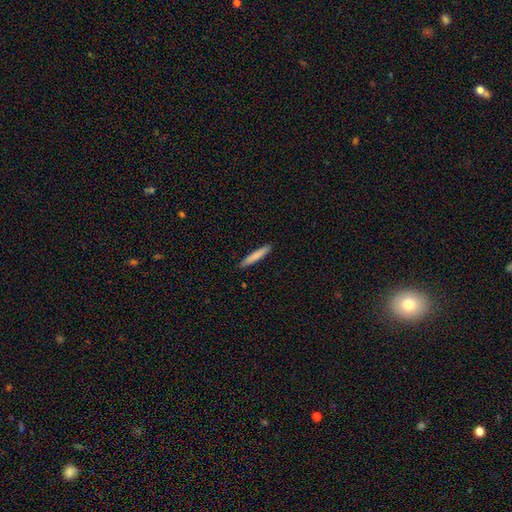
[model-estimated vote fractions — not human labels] smooth_or_featured: smooth (p=0.79) [alt: featured or disk p=0.16]
how_rounded: cigar-shaped (p=0.94) [alt: in between p=0.05]
merging: none (p=0.90) [alt: minor disturbance p=0.07]